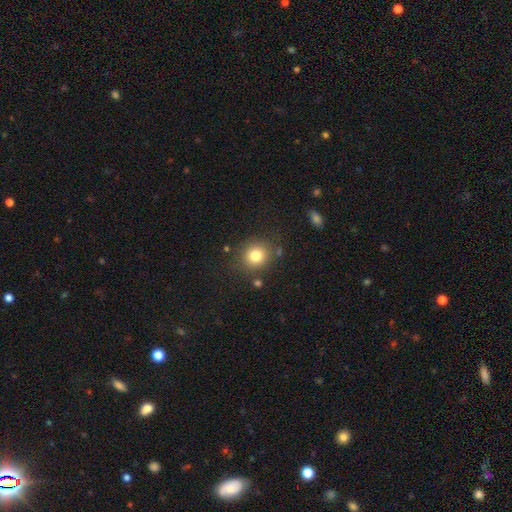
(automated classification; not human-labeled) smooth-or-featured: smooth: 80% | star or artifact: 12% | featured or disk: 8%
  how-rounded: round: 86% | in between: 13% | cigar-shaped: 1%
  merging: none: 82% | minor disturbance: 10% | merger: 4% | major disturbance: 4%